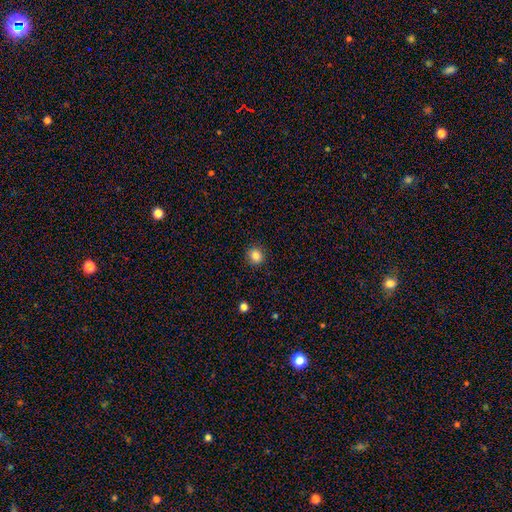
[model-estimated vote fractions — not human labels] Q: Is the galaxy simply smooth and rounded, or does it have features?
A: smooth — 84%.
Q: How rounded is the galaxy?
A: round — 87%.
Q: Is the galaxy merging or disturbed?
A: none — 91%.